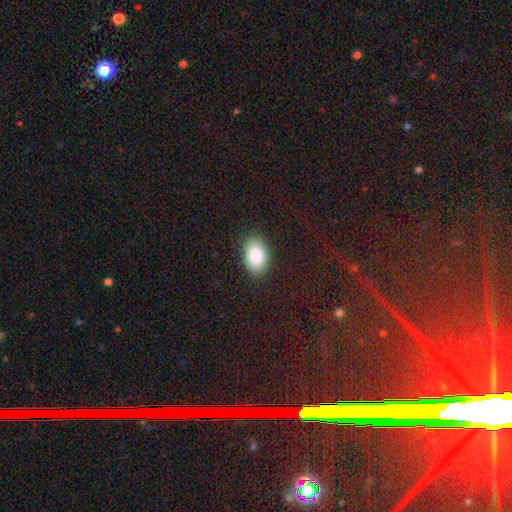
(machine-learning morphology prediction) Smooth or featured?
  - smooth: 88% *
  - star or artifact: 7%
  - featured or disk: 5%
How rounded?
  - in between: 85% *
  - round: 14%
  - cigar-shaped: 1%
Merging?
  - none: 87% *
  - minor disturbance: 9%
  - major disturbance: 3%
  - merger: 1%